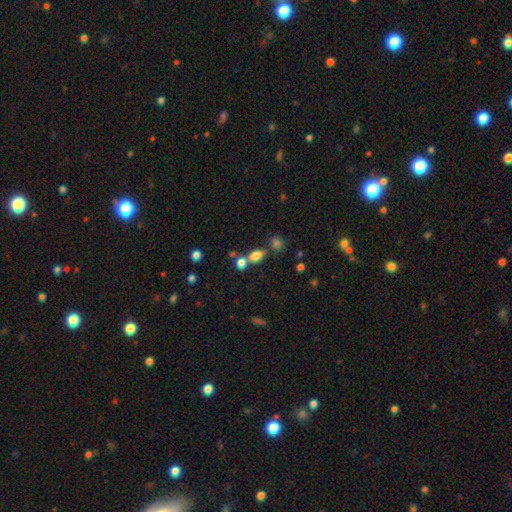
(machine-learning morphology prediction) smooth_or_featured: smooth (p=0.78) [alt: star or artifact p=0.13]
how_rounded: in between (p=0.72) [alt: round p=0.24]
merging: none (p=0.51) [alt: merger p=0.33]